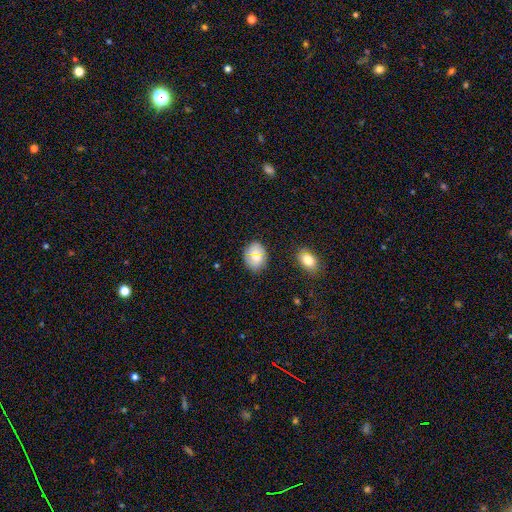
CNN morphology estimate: This is likely a smooth galaxy (74%). How rounded: possibly in between (54%). Merging: clearly none (83%).